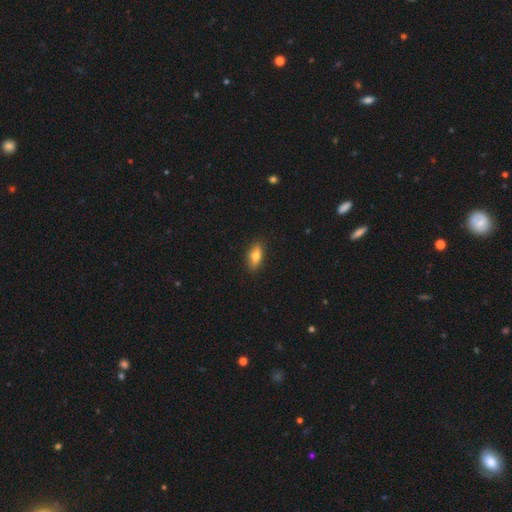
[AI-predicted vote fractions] Smooth or featured: smooth — 74% (featured or disk — 18%)
How rounded: in between — 76% (cigar-shaped — 20%)
Merging: none — 87% (minor disturbance — 10%)